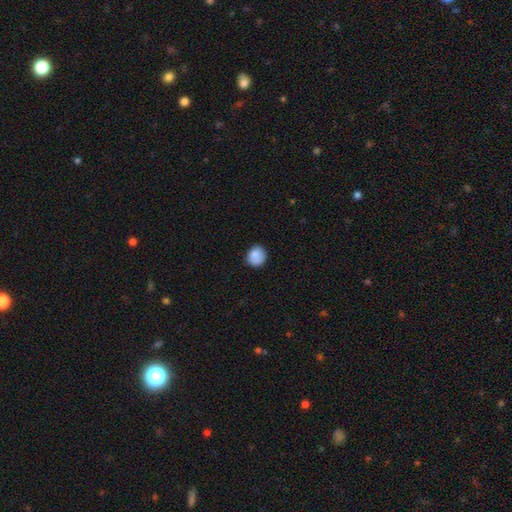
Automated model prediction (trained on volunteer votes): smooth_or_featured: smooth (p=0.85) [alt: star or artifact p=0.08]
how_rounded: round (p=0.81) [alt: in between p=0.18]
merging: none (p=0.80) [alt: minor disturbance p=0.16]